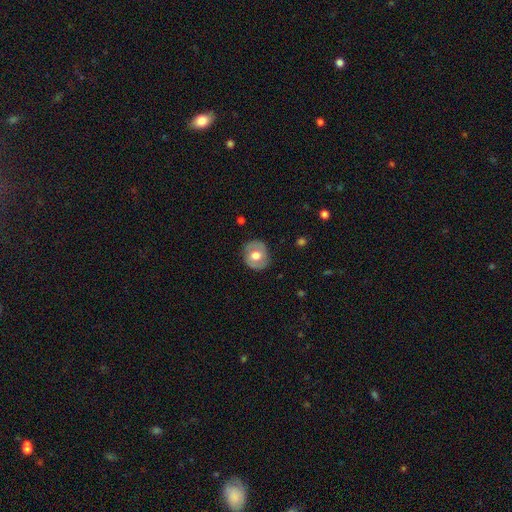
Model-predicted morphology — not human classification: A smooth galaxy with no disk features (50%). Merging: none (83%).